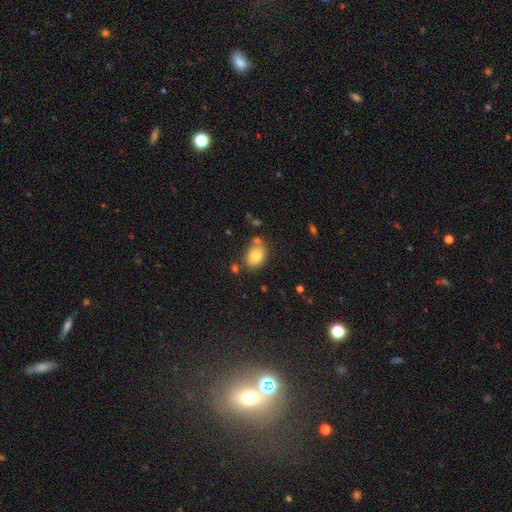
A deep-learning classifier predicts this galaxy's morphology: type=smooth (82%); roundness=in between (74%); merging=none (68%).